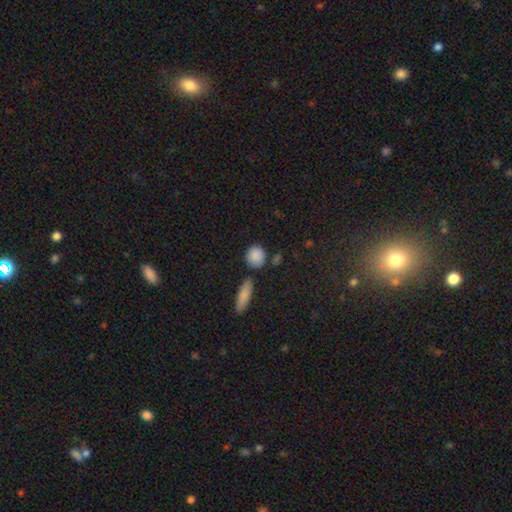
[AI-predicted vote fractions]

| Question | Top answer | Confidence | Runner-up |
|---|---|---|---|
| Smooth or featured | smooth | 87% | star or artifact (8%) |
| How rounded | round | 79% | in between (18%) |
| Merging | none | 77% | minor disturbance (12%) |